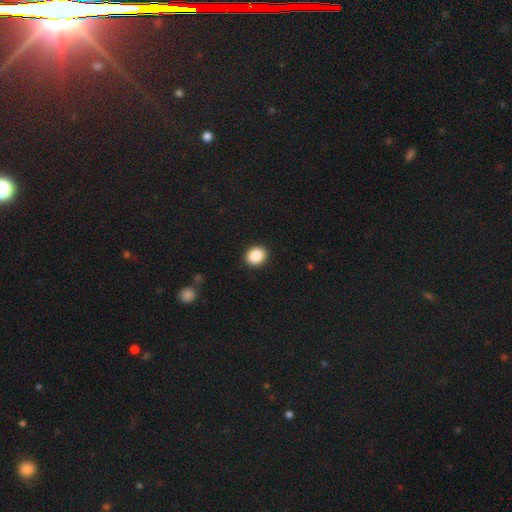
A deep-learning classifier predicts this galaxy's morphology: smooth-or-featured: smooth: 88% | star or artifact: 8% | featured or disk: 3%
  how-rounded: round: 59% | in between: 40% | cigar-shaped: 1%
  merging: none: 91% | minor disturbance: 6% | major disturbance: 2% | merger: 1%